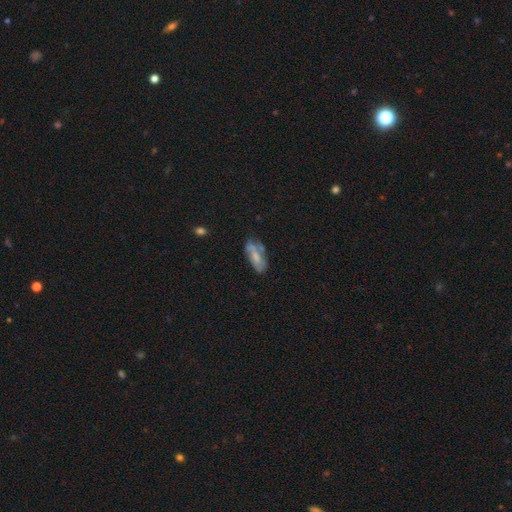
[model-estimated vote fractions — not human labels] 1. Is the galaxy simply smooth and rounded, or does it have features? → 54% smooth, 38% featured or disk, 8% star or artifact.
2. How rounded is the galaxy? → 79% in between, 18% cigar-shaped, 3% round.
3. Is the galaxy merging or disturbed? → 50% none, 28% minor disturbance, 11% merger, 11% major disturbance.